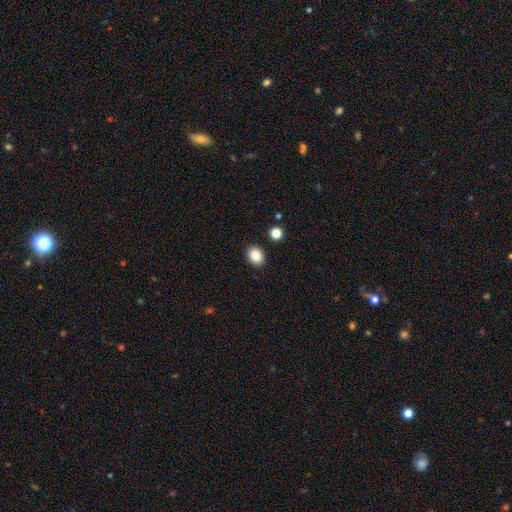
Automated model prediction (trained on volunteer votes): Smooth or featured: smooth — 86% (star or artifact — 9%)
How rounded: in between — 56% (round — 43%)
Merging: none — 89% (minor disturbance — 7%)